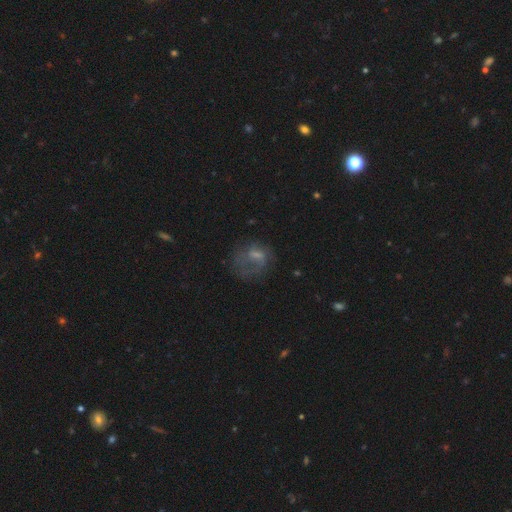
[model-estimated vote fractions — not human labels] featured or disk 46%, smooth 40%, star or artifact 14%. Down the decision tree: merging — major disturbance (39%).